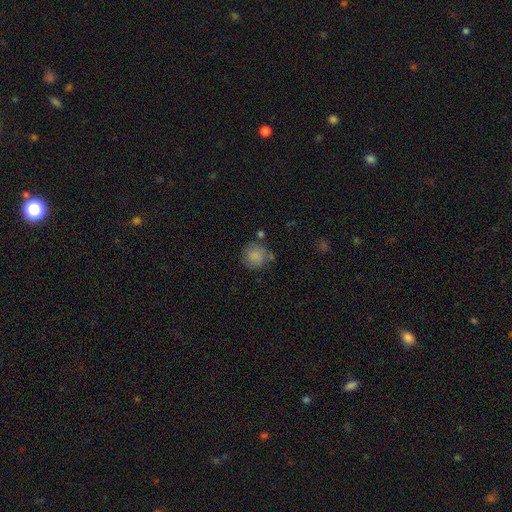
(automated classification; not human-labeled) Smooth or featured? smooth (84%)
How rounded? round (89%)
Merging? none (68%)